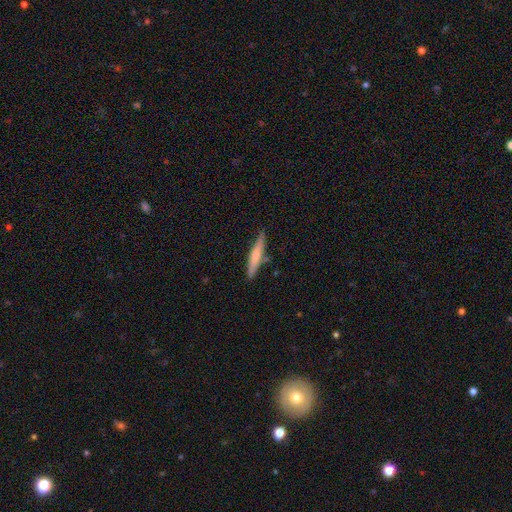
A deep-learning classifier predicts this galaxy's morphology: smooth 65%, featured or disk 29%, star or artifact 5%. Down the decision tree: how rounded — cigar-shaped (91%); merging — none (81%).